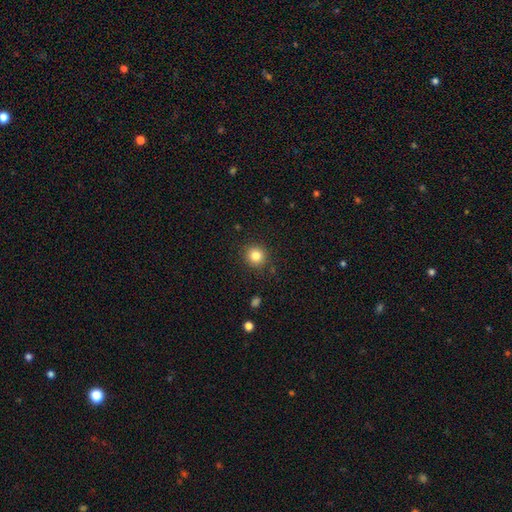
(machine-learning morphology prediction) type=smooth (83%); roundness=round (91%); merging=none (89%).